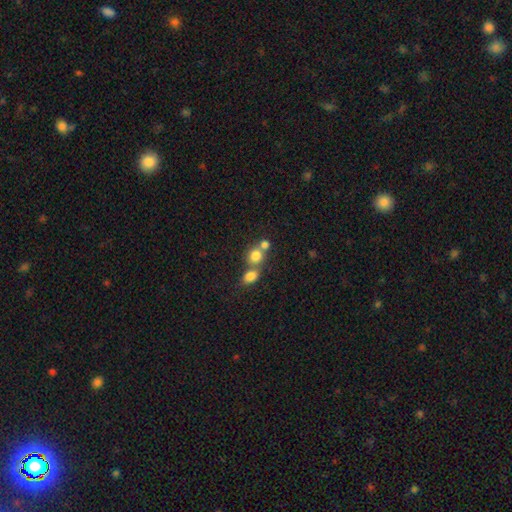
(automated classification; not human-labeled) A smooth galaxy with no disk features (78%) that is round (77%).

Vote fractions:
- Smooth or featured? smooth: 78% / star or artifact: 12% / featured or disk: 10%
- How rounded? round: 77% / in between: 21% / cigar-shaped: 1%
- Merging? merger: 49% / none: 41% / minor disturbance: 7% / major disturbance: 4%